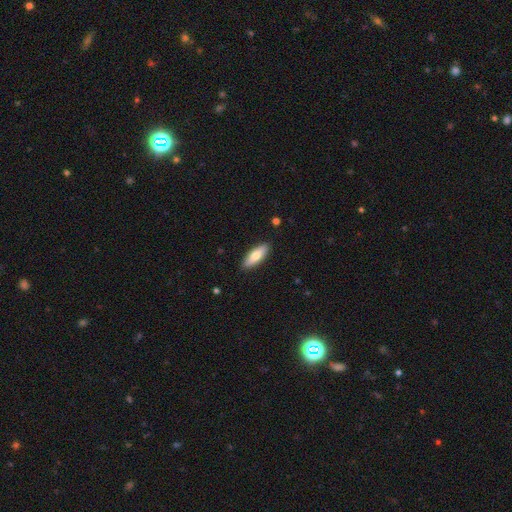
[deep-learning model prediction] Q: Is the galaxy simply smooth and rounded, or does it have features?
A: smooth — 72%.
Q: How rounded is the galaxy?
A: in between — 62%.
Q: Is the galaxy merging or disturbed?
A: none — 90%.